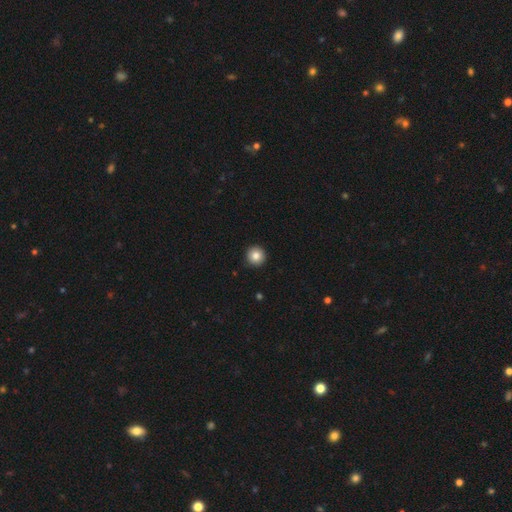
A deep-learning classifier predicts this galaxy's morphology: Smooth or featured?
  - smooth: 84% *
  - star or artifact: 9%
  - featured or disk: 7%
How rounded?
  - round: 96% *
  - in between: 3%
  - cigar-shaped: 1%
Merging?
  - none: 93% *
  - minor disturbance: 5%
  - major disturbance: 1%
  - merger: 1%